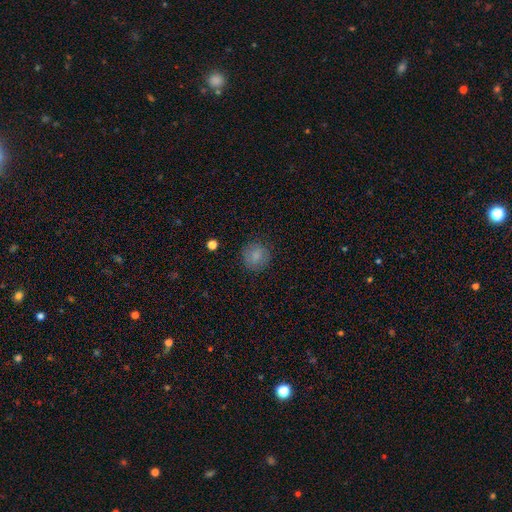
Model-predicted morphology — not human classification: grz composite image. It shows a smooth galaxy with no disk features (82%) that is round (86%). Merging: none (84%).